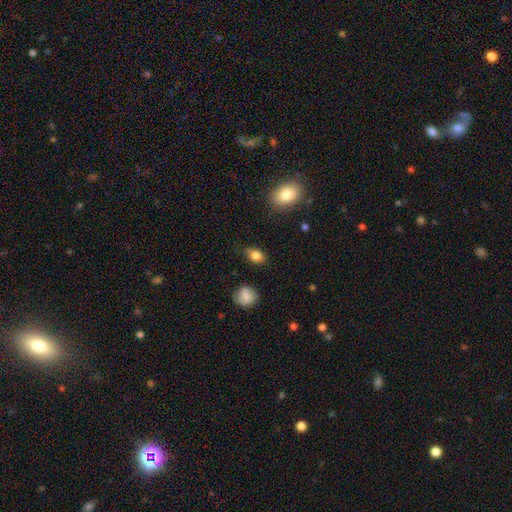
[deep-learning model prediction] Morphology: type=smooth (82%); roundness=in between (82%); merging=none (80%).